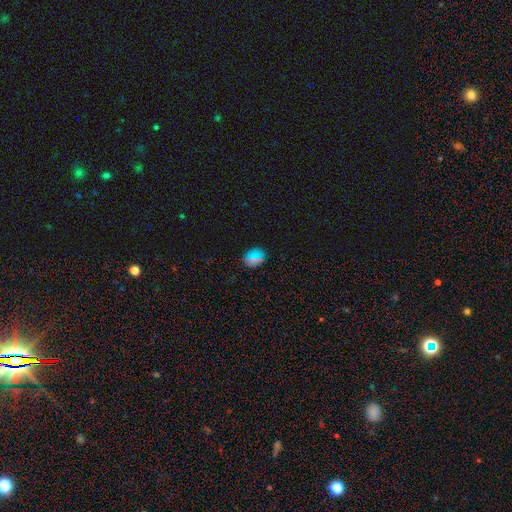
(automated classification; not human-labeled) Overall: smooth (67%). How rounded: round (52%; in between 45%). Merging: none (86%).